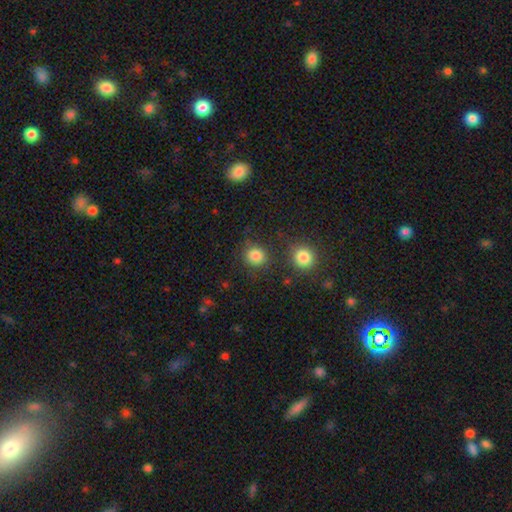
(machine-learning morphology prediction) The model was most divided on "merging": none: 79%, minor disturbance: 10%, merger: 7%, major disturbance: 4%. More confident: how rounded — round (87%); smooth or featured — smooth (83%).